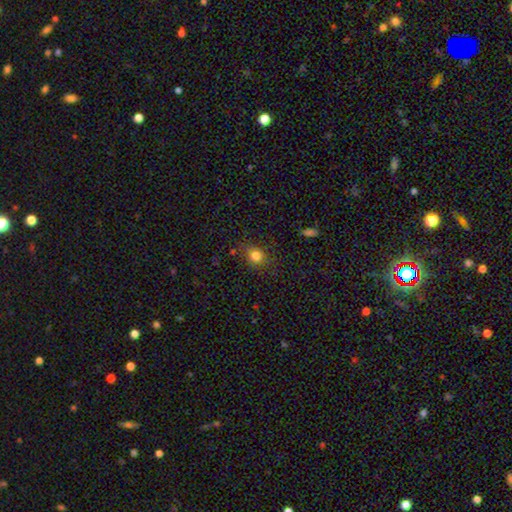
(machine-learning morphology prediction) A smooth galaxy with no disk features (81%) that is round (72%). Merging: none (78%).